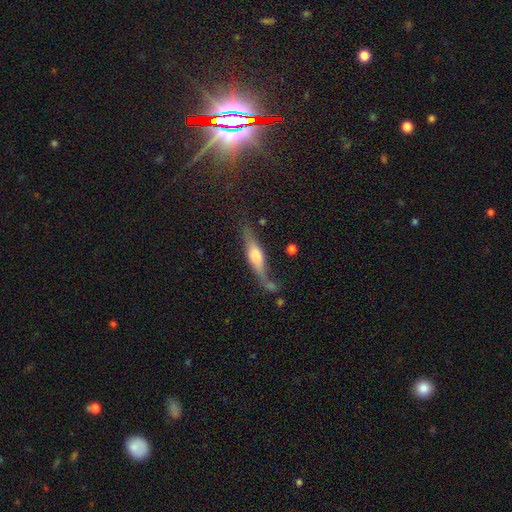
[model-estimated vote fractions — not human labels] smooth-or-featured: featured or disk: 54% | smooth: 38% | star or artifact: 8%
  disk-edge-on: yes: 87% | no: 13%
  merging: none: 55% | minor disturbance: 23% | major disturbance: 12% | merger: 9%